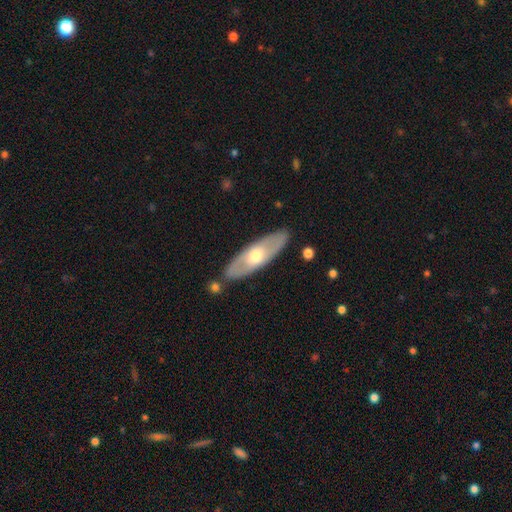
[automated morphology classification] Q: Smooth or featured?
A: featured or disk (53%); runner-up: smooth (43%)
Q: Edge-on disk?
A: no (63%); runner-up: yes (37%)
Q: Merging?
A: none (83%); runner-up: minor disturbance (11%)